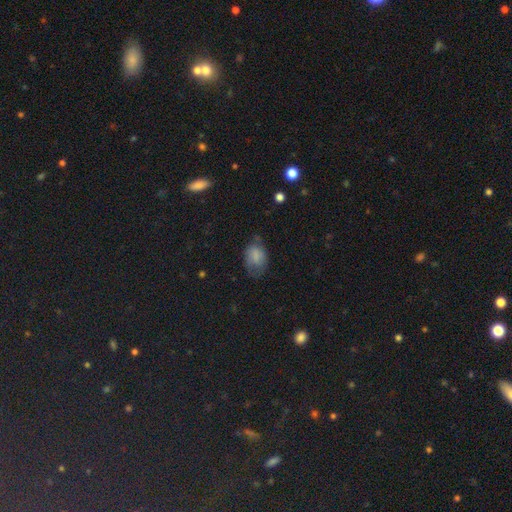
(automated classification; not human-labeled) smooth_or_featured: smooth (p=0.78) [alt: featured or disk p=0.12]
how_rounded: in between (p=0.77) [alt: round p=0.22]
merging: none (p=0.51) [alt: minor disturbance p=0.33]